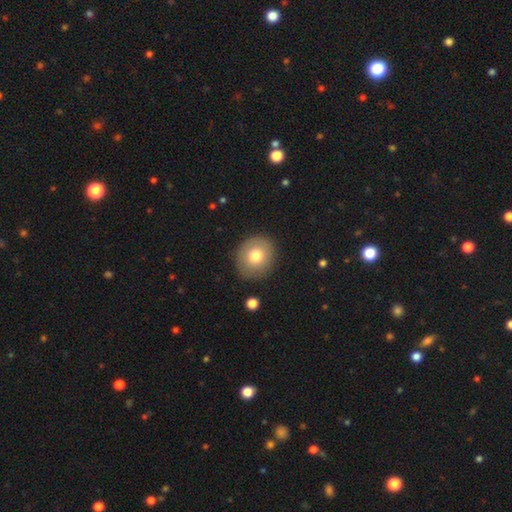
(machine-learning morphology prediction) A smooth galaxy with no disk features (74%) that is round (78%). Merging: none (85%).